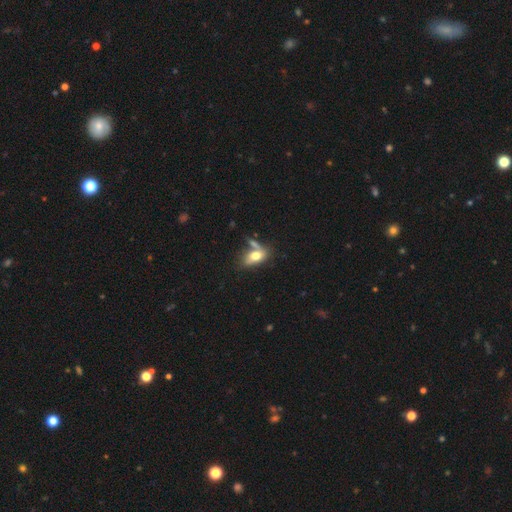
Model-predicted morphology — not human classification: Smooth or featured?
  - smooth: 70% *
  - featured or disk: 22%
  - star or artifact: 8%
How rounded?
  - in between: 85% *
  - round: 8%
  - cigar-shaped: 7%
Merging?
  - none: 42% *
  - merger: 28%
  - minor disturbance: 19%
  - major disturbance: 11%